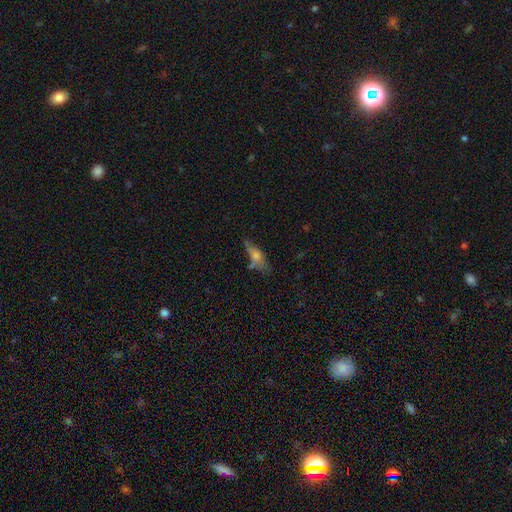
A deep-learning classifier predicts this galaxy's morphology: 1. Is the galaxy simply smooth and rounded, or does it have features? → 50% smooth, 36% featured or disk, 14% star or artifact.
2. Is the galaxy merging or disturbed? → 40% none, 26% minor disturbance, 24% major disturbance, 11% merger.